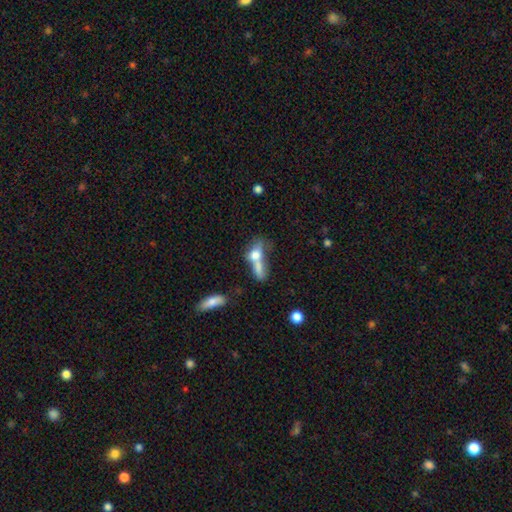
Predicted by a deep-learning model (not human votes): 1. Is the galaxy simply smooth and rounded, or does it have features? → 63% smooth, 26% featured or disk, 11% star or artifact.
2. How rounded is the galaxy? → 64% in between, 19% cigar-shaped, 17% round.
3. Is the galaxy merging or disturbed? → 60% merger, 17% none, 12% major disturbance, 10% minor disturbance.